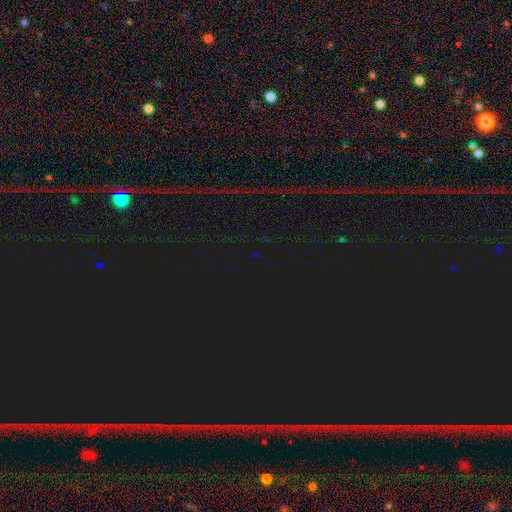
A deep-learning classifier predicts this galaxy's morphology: Q: Smooth or featured?
A: star or artifact (80%); runner-up: smooth (13%)